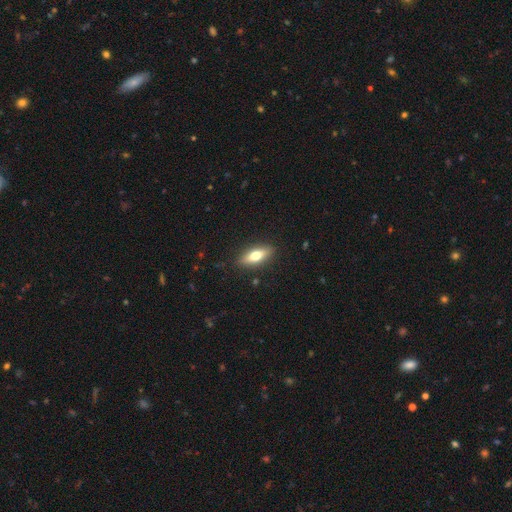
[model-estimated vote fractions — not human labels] Smooth or featured? smooth (63%)
How rounded? in between (63%)
Merging? none (87%)